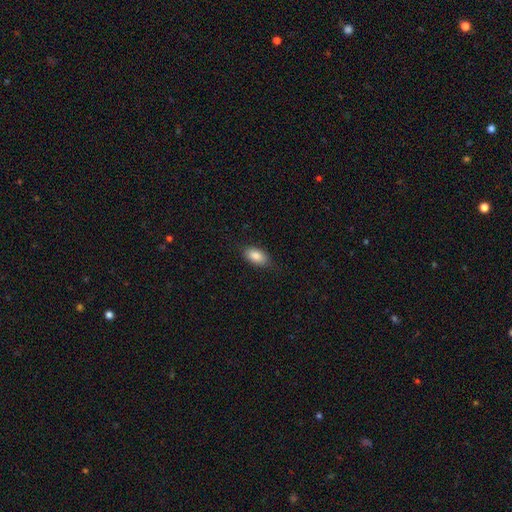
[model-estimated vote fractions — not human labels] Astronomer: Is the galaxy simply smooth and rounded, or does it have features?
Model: smooth — 86%.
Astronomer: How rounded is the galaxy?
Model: in between — 92%.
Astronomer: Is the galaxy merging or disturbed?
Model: none — 83%.